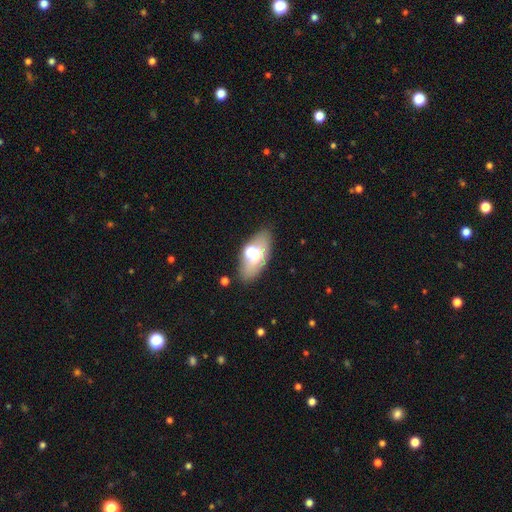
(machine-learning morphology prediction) This appears to be a smooth galaxy with no disk features (54%) that is in between round and cigar-shaped (87%). Merging: none (74%).